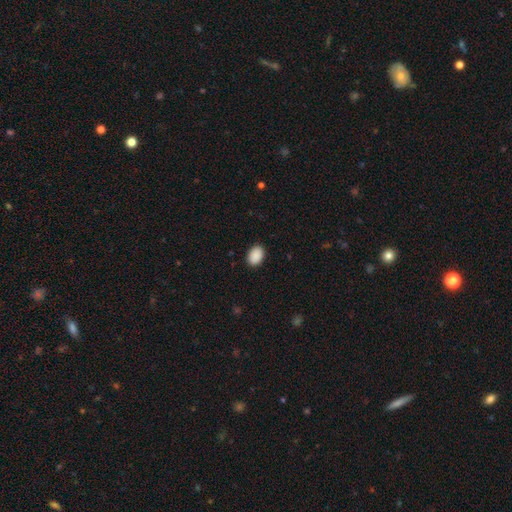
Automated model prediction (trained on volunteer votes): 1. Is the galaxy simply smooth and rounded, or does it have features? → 91% smooth, 7% star or artifact, 2% featured or disk.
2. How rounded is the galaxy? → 82% in between, 17% round, 1% cigar-shaped.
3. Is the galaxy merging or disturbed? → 90% none, 8% minor disturbance, 2% major disturbance, 1% merger.